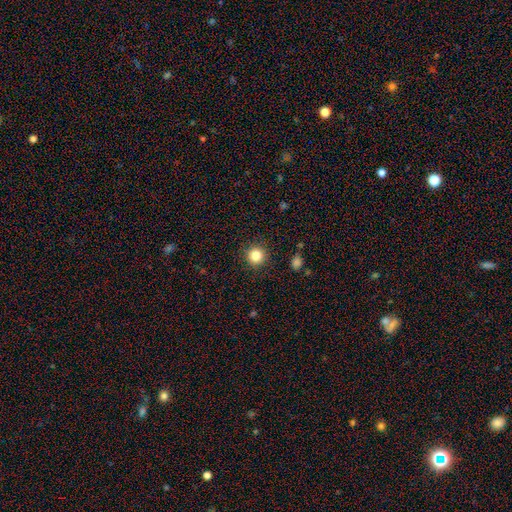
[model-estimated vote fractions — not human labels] Smooth or featured?
  - smooth: 84% *
  - star or artifact: 11%
  - featured or disk: 4%
How rounded?
  - round: 95% *
  - in between: 4%
  - cigar-shaped: 1%
Merging?
  - none: 91% *
  - minor disturbance: 6%
  - major disturbance: 2%
  - merger: 1%